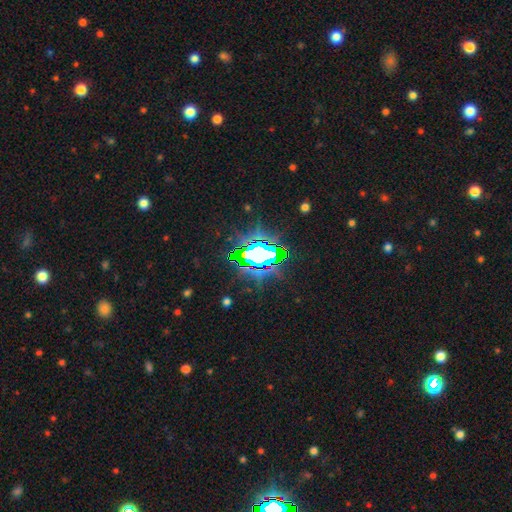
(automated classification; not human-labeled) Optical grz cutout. It shows a star or artifact, not a galaxy (74%).